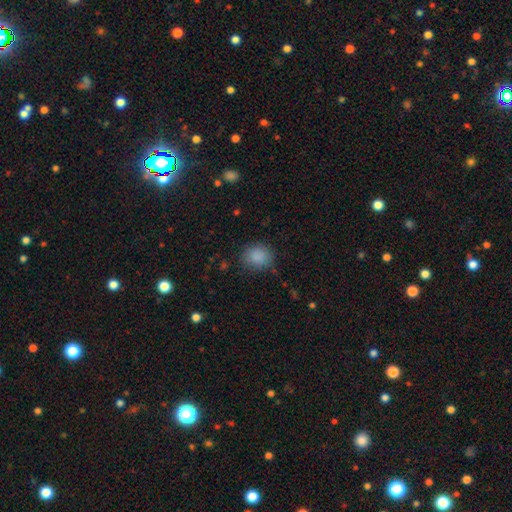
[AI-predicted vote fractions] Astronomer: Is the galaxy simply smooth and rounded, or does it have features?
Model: smooth — 86%.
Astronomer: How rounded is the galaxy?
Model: round — 74%.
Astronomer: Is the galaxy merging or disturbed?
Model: none — 79%.